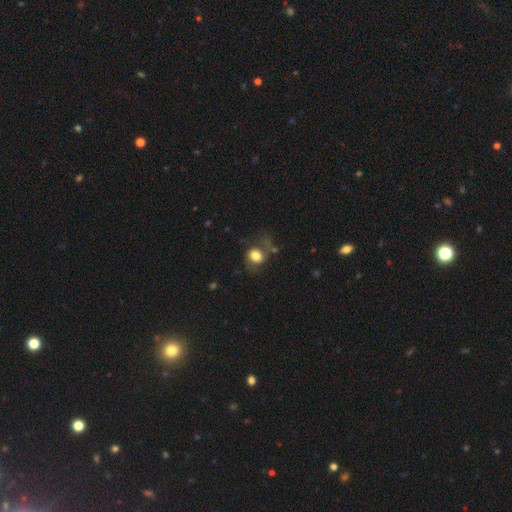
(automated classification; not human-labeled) Smooth or featured? smooth (72%)
How rounded? round (55%)
Merging? none (51%)